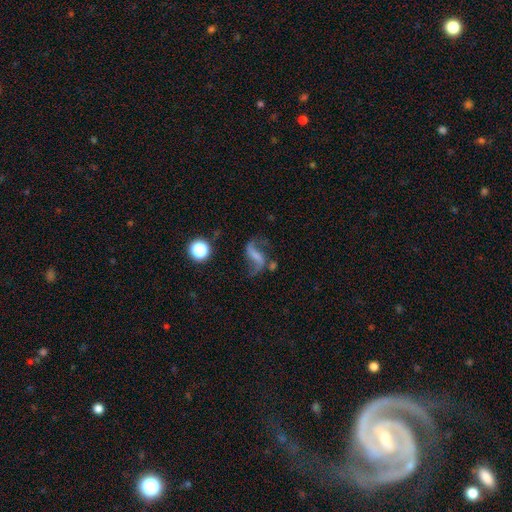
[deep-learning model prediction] A featured or disk galaxy (73%) with a strong bar (37%), 2 (91%) loose (87%) spiral arms (91%) and no central bulge (62%). Merging: none (58%).